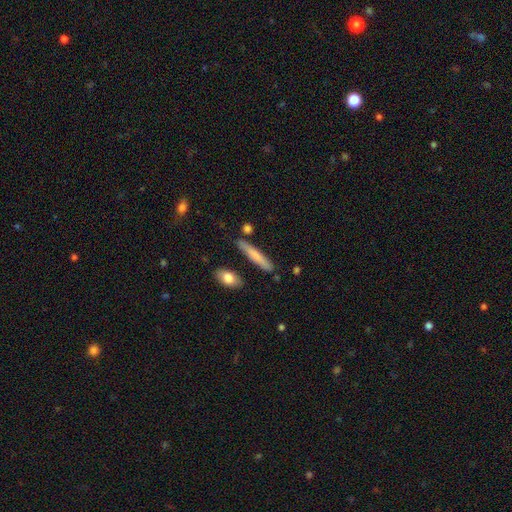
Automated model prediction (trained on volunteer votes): Smooth or featured? smooth (71%)
How rounded? cigar-shaped (91%)
Merging? none (84%)